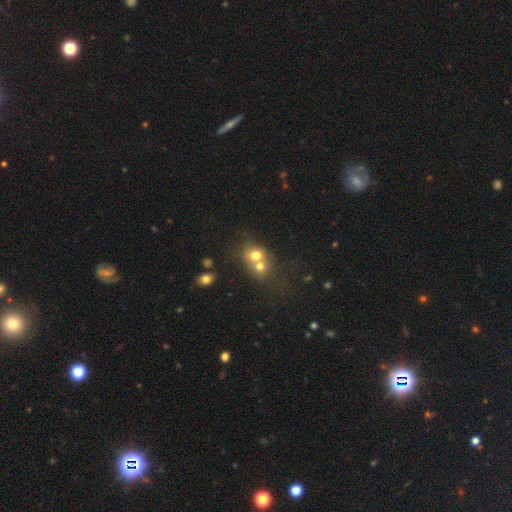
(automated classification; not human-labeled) Q: Smooth or featured?
A: smooth (69%); runner-up: featured or disk (19%)
Q: How rounded?
A: round (68%); runner-up: in between (31%)
Q: Merging?
A: merger (64%); runner-up: none (26%)